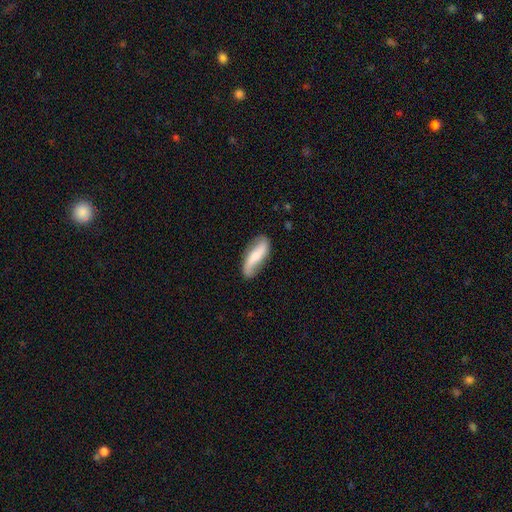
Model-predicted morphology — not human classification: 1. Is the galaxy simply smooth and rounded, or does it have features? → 58% featured or disk, 36% smooth, 6% star or artifact.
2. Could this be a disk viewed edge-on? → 84% no, 16% yes.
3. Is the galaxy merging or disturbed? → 76% none, 17% minor disturbance, 5% major disturbance, 2% merger.